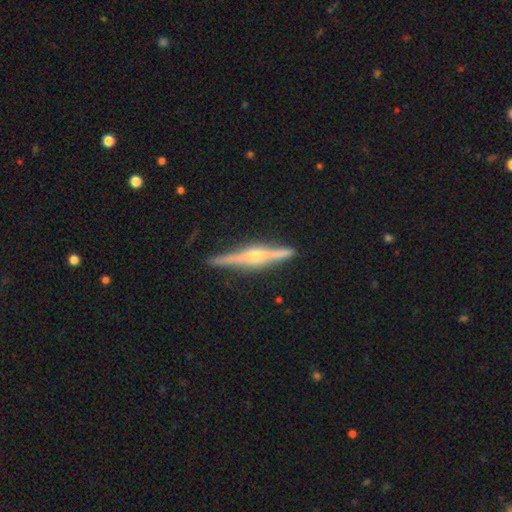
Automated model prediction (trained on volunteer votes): Smooth or featured? Predicted: featured or disk (p=0.84). Edge-on disk? Predicted: yes (p=0.98). Edge-on bulge? Predicted: rounded (p=0.87). Merging? Predicted: none (p=0.88).